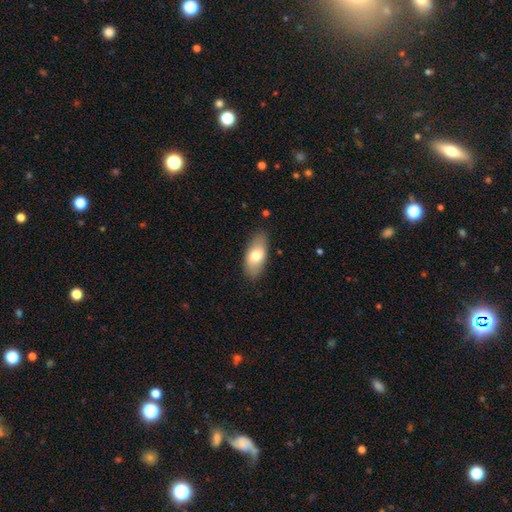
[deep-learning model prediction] Q: Smooth or featured?
A: smooth (74%); runner-up: featured or disk (20%)
Q: How rounded?
A: in between (90%); runner-up: cigar-shaped (7%)
Q: Merging?
A: none (83%); runner-up: minor disturbance (13%)